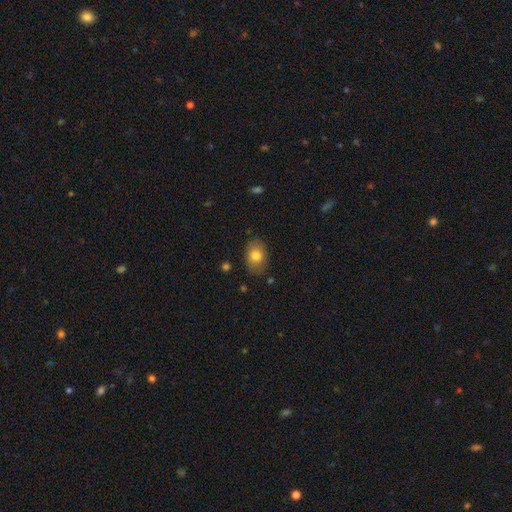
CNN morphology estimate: A smooth galaxy with no disk features (79%) that is in between round and cigar-shaped (81%).

Vote fractions:
- Smooth or featured? smooth: 79% / featured or disk: 13% / star or artifact: 8%
- How rounded? in between: 81% / round: 18% / cigar-shaped: 1%
- Merging? none: 82% / minor disturbance: 13% / major disturbance: 3% / merger: 2%